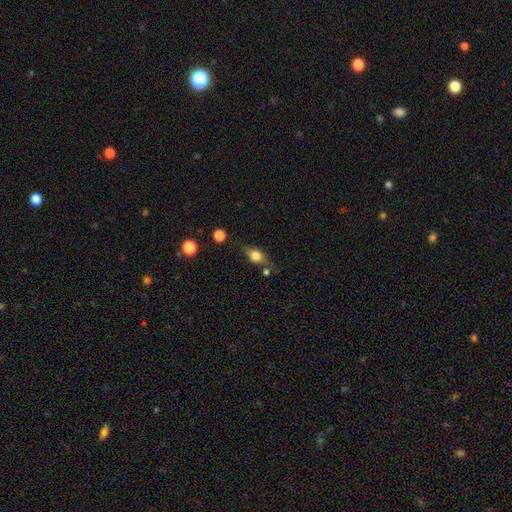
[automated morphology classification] Smooth or featured: smooth — 68% (featured or disk — 23%)
How rounded: in between — 65% (round — 26%)
Merging: none — 64% (minor disturbance — 22%)